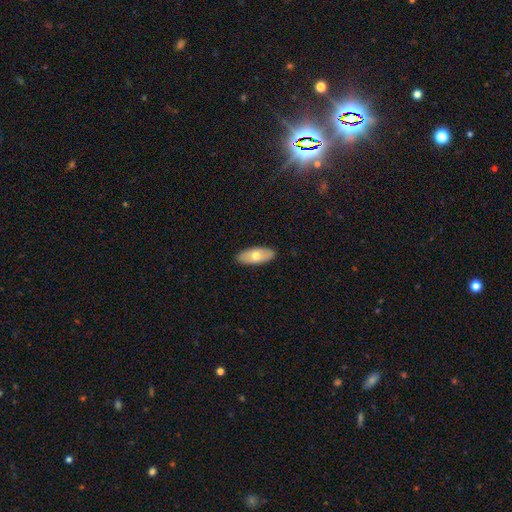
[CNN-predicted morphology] This appears to be a smooth galaxy with no disk features (65%) that is in between round and cigar-shaped (84%). Merging: none (90%).